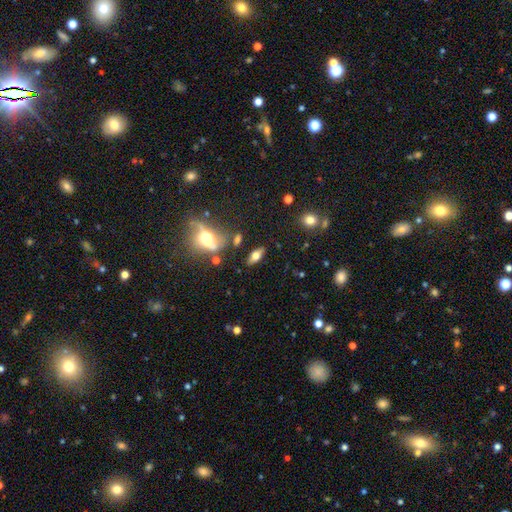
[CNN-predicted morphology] Smooth or featured: smooth — 47% (featured or disk — 42%)
Merging: none — 79% (minor disturbance — 11%)